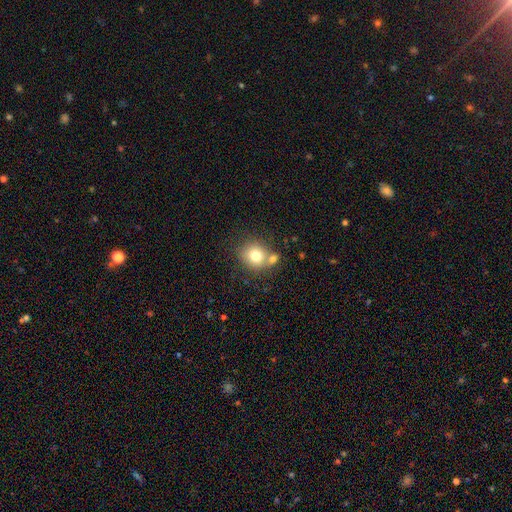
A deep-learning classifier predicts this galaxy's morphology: This is likely a smooth galaxy (77%). How rounded: likely round (78%). Merging: possibly none (57%).